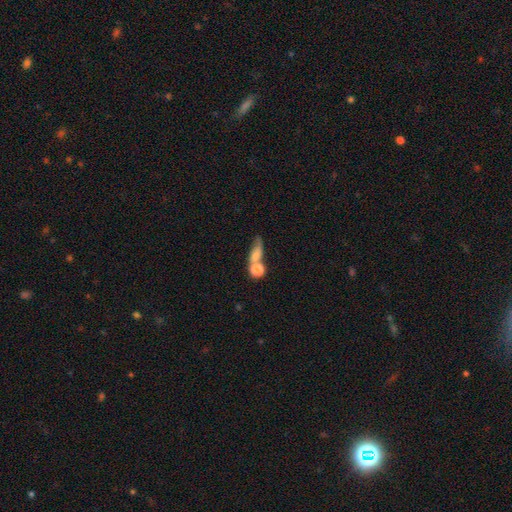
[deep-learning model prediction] smooth_or_featured: smooth (p=0.68) [alt: featured or disk p=0.20]
how_rounded: in between (p=0.43) [alt: round p=0.37]
merging: merger (p=0.44) [alt: none p=0.27]